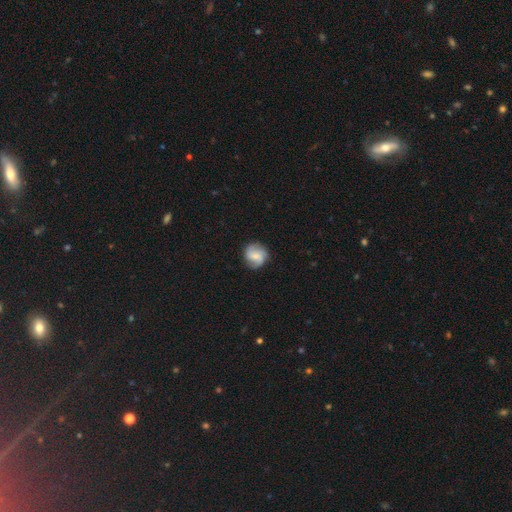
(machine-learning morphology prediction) Smooth or featured?
  - featured or disk: 62% *
  - smooth: 30%
  - star or artifact: 7%
Edge-on disk?
  - no: 98% *
  - yes: 2%
Bar?
  - no: 46% *
  - weak: 43%
  - strong: 11%
Spiral arms?
  - yes: 94% *
  - no: 6%
Spiral winding?
  - medium: 46% *
  - loose: 27%
  - tight: 27%
Spiral arm count?
  - 2: 48% *
  - 3: 30%
  - can't tell: 11%
  - 1: 4%
  - 4: 4%
  - more than 4: 3%
Bulge size?
  - small: 49% *
  - moderate: 33%
  - none: 13%
  - large: 4%
  - dominant: 1%
Merging?
  - none: 81% *
  - minor disturbance: 14%
  - major disturbance: 4%
  - merger: 1%